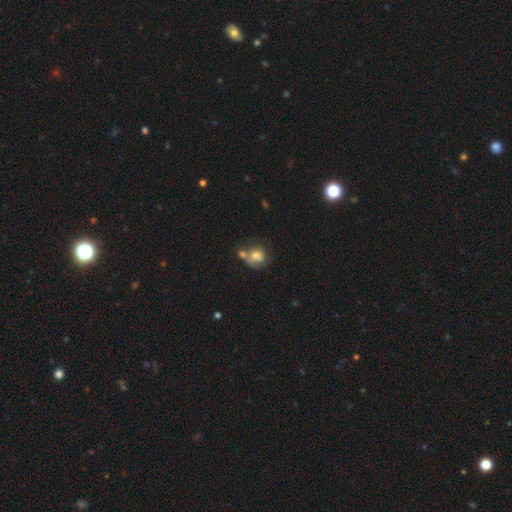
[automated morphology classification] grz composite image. It shows a smooth galaxy with no disk features (59%) that is round (67%). Merging: merger (42%).